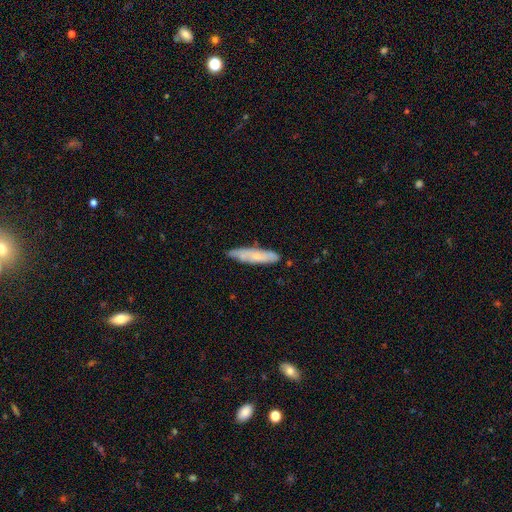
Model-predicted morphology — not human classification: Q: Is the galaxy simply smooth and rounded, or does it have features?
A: smooth — 55%.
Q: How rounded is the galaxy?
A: cigar-shaped — 79%.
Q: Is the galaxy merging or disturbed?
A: none — 78%.